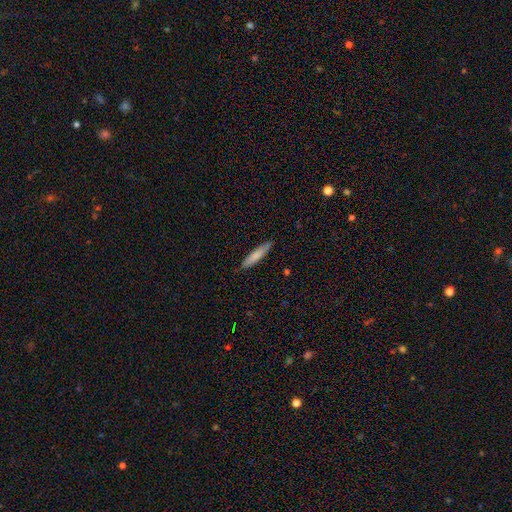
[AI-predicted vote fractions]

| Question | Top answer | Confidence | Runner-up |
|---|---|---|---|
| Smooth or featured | smooth | 77% | featured or disk (17%) |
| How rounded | cigar-shaped | 89% | in between (10%) |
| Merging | none | 87% | minor disturbance (10%) |